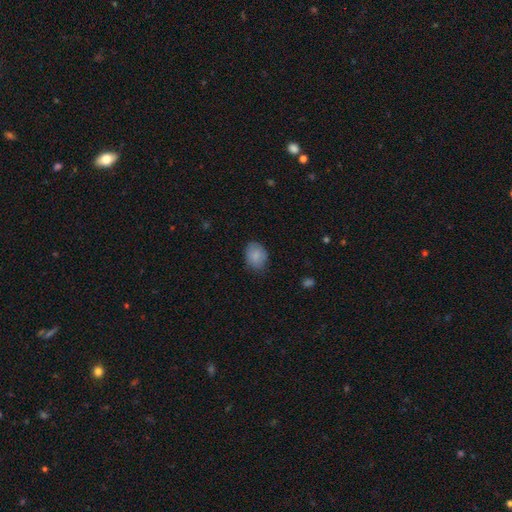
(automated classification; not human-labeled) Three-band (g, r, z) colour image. It shows a smooth galaxy with no disk features (86%) that is in between round and cigar-shaped (69%). Merging: none (76%).